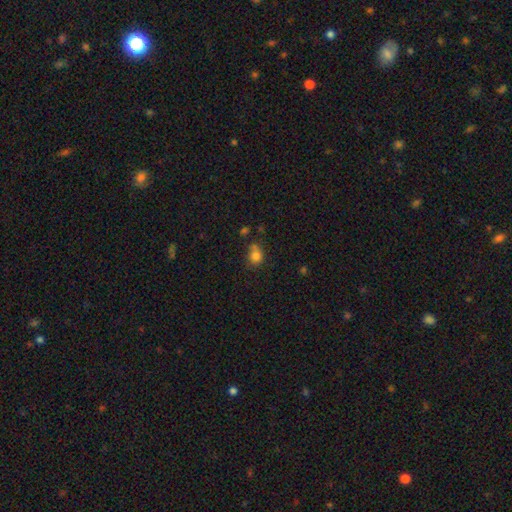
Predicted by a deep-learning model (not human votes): Smooth or featured?
  - smooth: 79% *
  - star or artifact: 13%
  - featured or disk: 8%
How rounded?
  - round: 68% *
  - in between: 31%
  - cigar-shaped: 1%
Merging?
  - none: 50% *
  - minor disturbance: 23%
  - merger: 18%
  - major disturbance: 9%